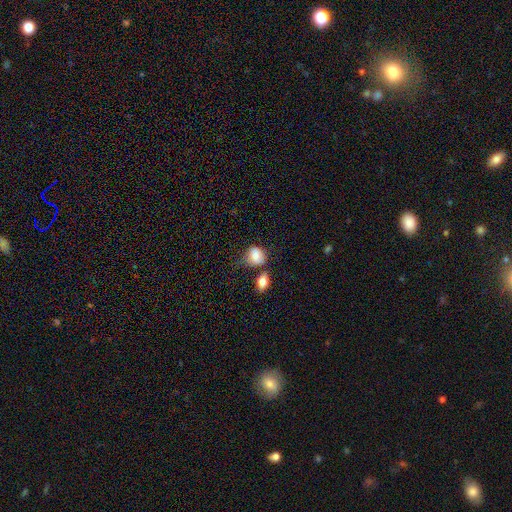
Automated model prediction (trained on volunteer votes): smooth 81%, featured or disk 10%, star or artifact 8%. Down the decision tree: how rounded — round (54%); merging — none (44%).